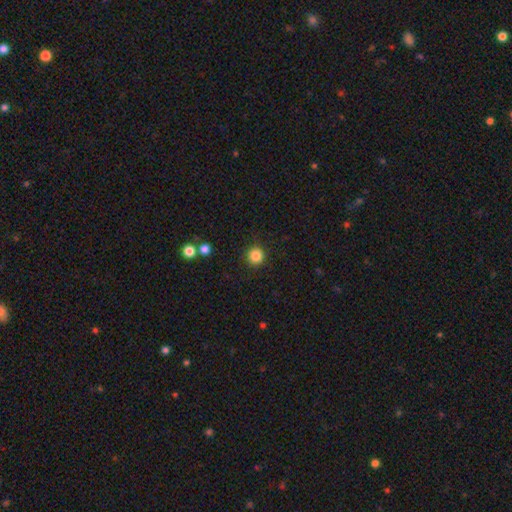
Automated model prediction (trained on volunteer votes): Smooth or featured?
  - smooth: 86% *
  - star or artifact: 11%
  - featured or disk: 4%
How rounded?
  - round: 95% *
  - in between: 4%
  - cigar-shaped: 1%
Merging?
  - none: 90% *
  - minor disturbance: 6%
  - major disturbance: 2%
  - merger: 2%